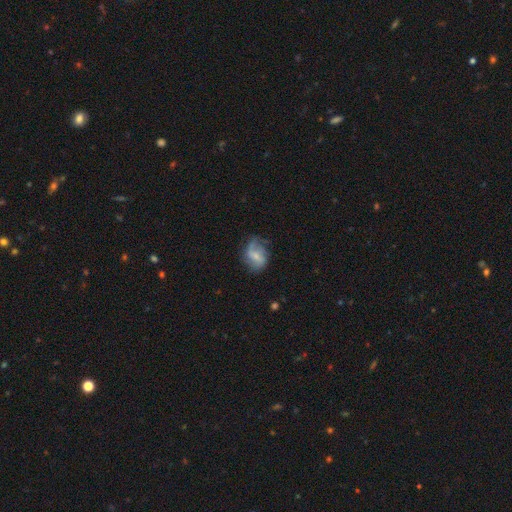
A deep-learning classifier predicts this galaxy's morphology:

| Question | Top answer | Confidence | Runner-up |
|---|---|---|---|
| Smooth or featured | featured or disk | 58% | smooth (35%) |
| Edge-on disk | no | 96% | yes (4%) |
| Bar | weak | 48% | no (32%) |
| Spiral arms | yes | 77% | no (23%) |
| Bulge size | small | 56% | moderate (29%) |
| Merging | none | 49% | minor disturbance (30%) |